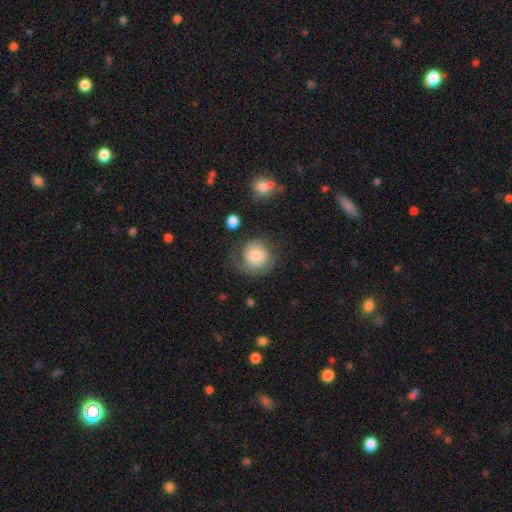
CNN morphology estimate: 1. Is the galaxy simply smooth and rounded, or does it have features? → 62% smooth, 30% featured or disk, 8% star or artifact.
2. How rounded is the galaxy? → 87% round, 12% in between, 1% cigar-shaped.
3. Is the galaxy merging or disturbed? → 56% none, 23% minor disturbance, 19% major disturbance, 2% merger.